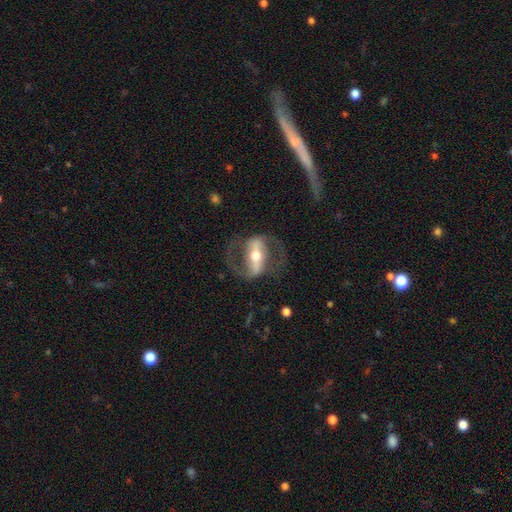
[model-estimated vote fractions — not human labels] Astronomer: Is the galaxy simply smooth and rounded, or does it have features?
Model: featured or disk — 86%.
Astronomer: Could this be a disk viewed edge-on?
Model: no — 90%.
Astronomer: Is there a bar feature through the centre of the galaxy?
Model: strong — 72%.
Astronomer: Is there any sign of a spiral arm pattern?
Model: yes — 86%.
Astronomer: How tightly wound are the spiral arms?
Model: medium — 55%.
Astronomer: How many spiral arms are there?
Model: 2 — 90%.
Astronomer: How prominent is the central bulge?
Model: moderate — 65%.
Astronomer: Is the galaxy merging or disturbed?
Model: none — 72%.